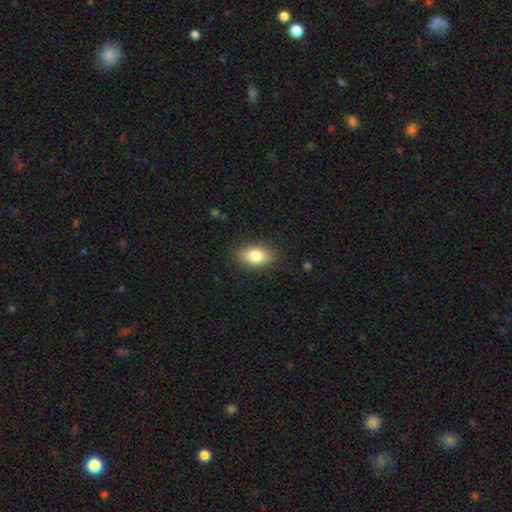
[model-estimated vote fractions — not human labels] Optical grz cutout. It shows a smooth galaxy with no disk features (81%) that is in between round and cigar-shaped (89%). Merging: none (87%).